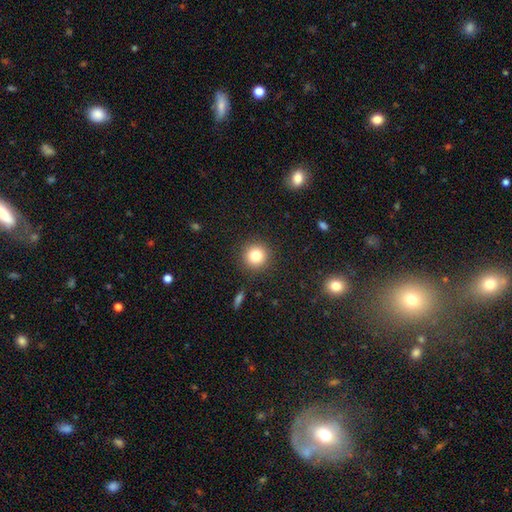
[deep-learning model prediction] A smooth galaxy with no disk features (81%) that is round (94%). Merging: none (90%).